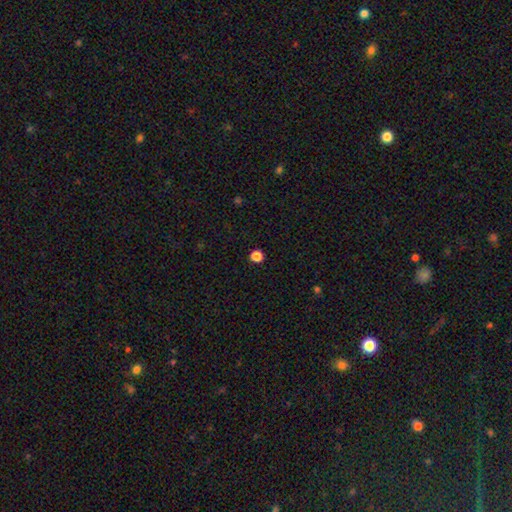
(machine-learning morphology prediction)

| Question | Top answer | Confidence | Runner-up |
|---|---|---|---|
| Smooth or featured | smooth | 81% | star or artifact (16%) |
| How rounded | round | 85% | in between (14%) |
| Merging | none | 92% | minor disturbance (5%) |